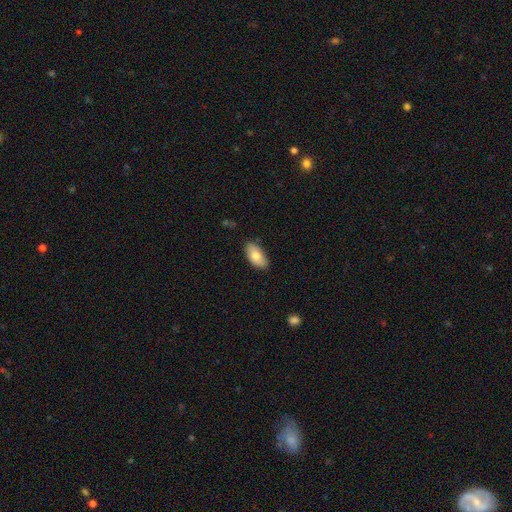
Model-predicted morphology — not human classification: smooth 79%, featured or disk 15%, star or artifact 6%. Down the decision tree: how rounded — in between (93%); merging — none (84%).